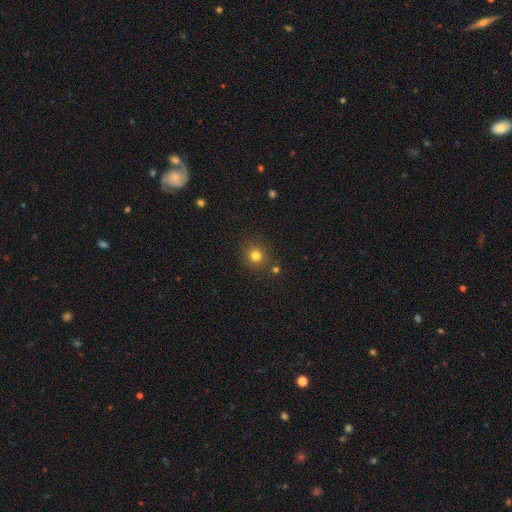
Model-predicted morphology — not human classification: type=smooth (78%); roundness=round (92%); merging=none (85%).